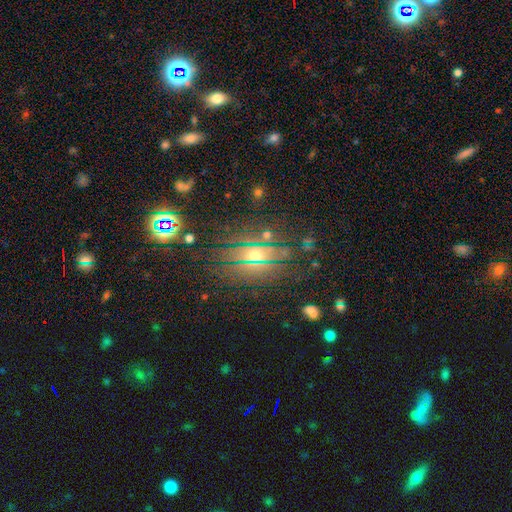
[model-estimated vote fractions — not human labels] This is marginally a smooth galaxy (42%). Merging: likely none (76%).